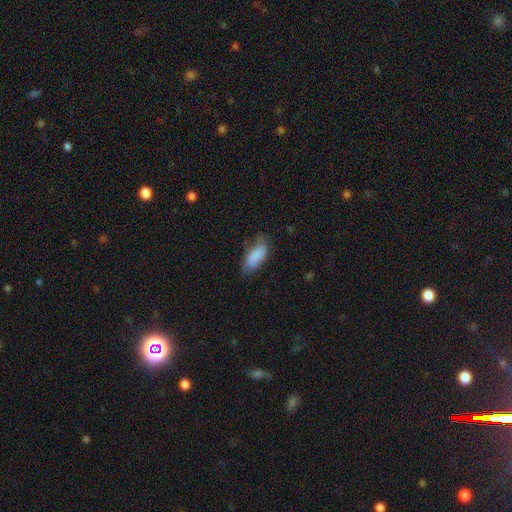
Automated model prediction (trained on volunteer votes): Smooth or featured? smooth (86%)
How rounded? in between (83%)
Merging? none (65%)